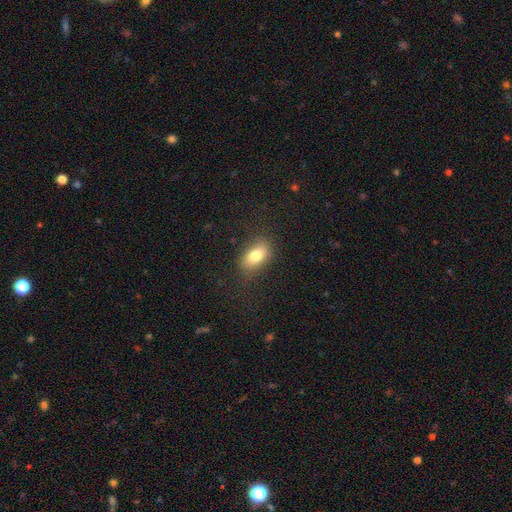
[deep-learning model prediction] Smooth or featured? Predicted: smooth (p=0.79). How rounded? Predicted: in between (p=0.86). Merging? Predicted: none (p=0.79).